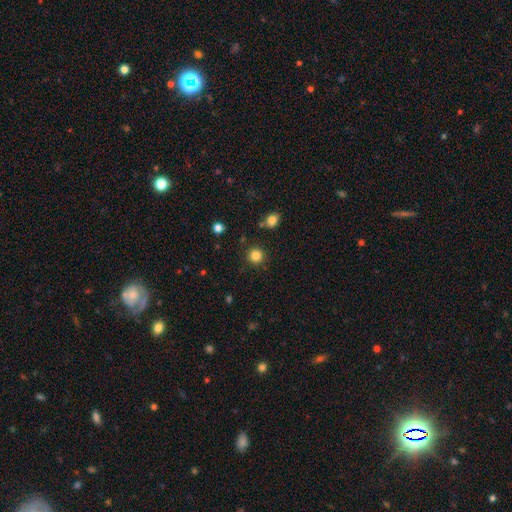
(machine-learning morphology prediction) Smooth or featured?
  - smooth: 83% *
  - star or artifact: 12%
  - featured or disk: 5%
How rounded?
  - round: 94% *
  - in between: 5%
  - cigar-shaped: 1%
Merging?
  - none: 89% *
  - minor disturbance: 6%
  - merger: 3%
  - major disturbance: 2%